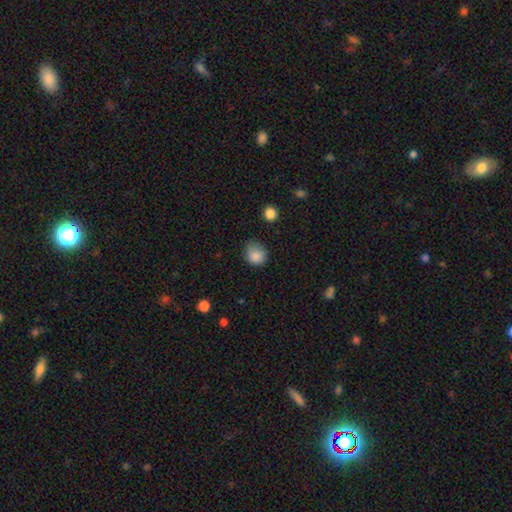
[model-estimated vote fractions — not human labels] smooth_or_featured: smooth (p=0.86) [alt: star or artifact p=0.10]
how_rounded: round (p=0.72) [alt: in between p=0.28]
merging: none (p=0.61) [alt: minor disturbance p=0.30]